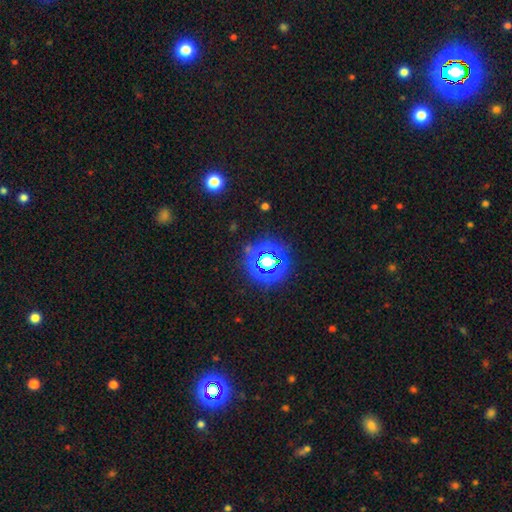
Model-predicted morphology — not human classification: Smooth or featured?
  - star or artifact: 78% *
  - smooth: 16%
  - featured or disk: 6%